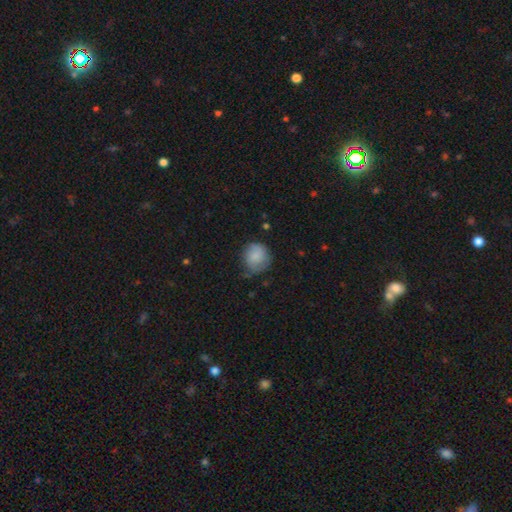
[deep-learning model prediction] This is clearly a smooth galaxy (80%). How rounded: clearly round (81%). Merging: possibly none (59%).